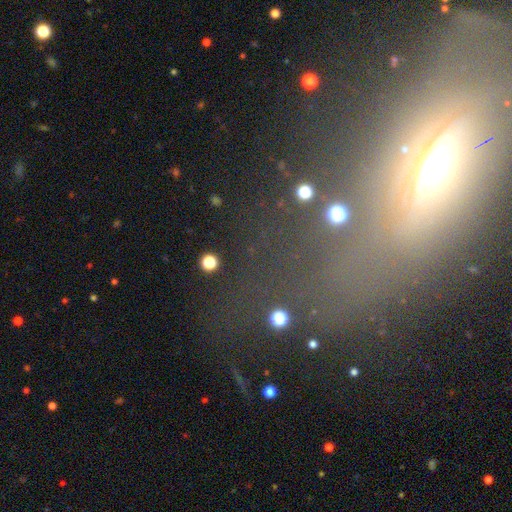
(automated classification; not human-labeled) This appears to be a star or artifact, not a galaxy (40%).